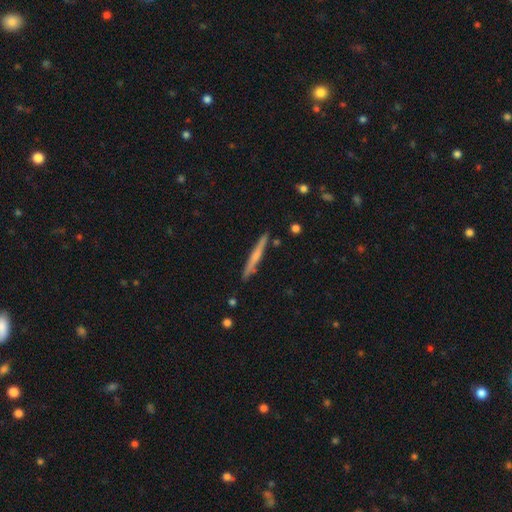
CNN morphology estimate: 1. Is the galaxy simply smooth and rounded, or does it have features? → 49% featured or disk, 46% smooth, 6% star or artifact.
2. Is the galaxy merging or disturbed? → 88% none, 8% minor disturbance, 2% merger, 2% major disturbance.